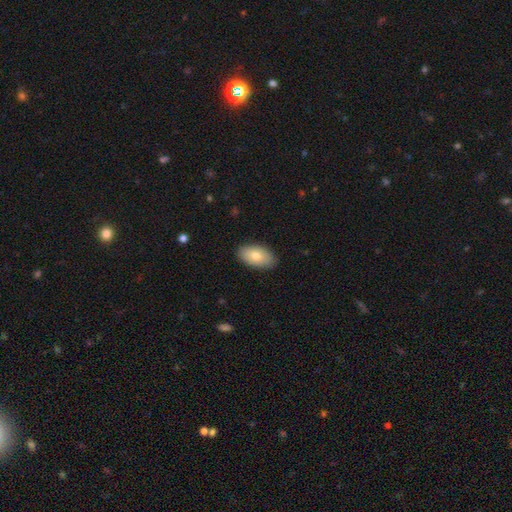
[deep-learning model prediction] Smooth or featured? smooth (76%)
How rounded? in between (93%)
Merging? none (87%)